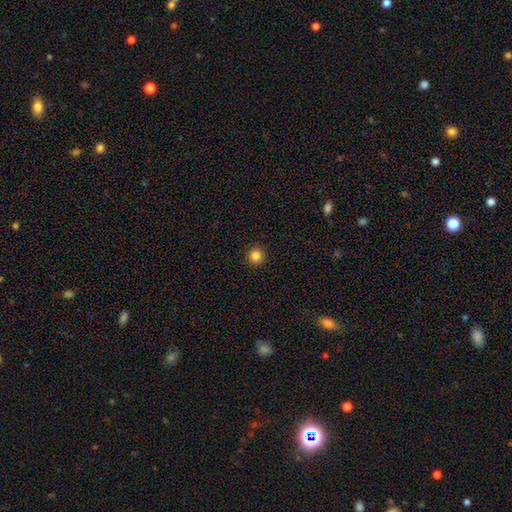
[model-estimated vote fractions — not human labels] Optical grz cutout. It shows a smooth galaxy with no disk features (84%) that is round (95%). Merging: none (93%).